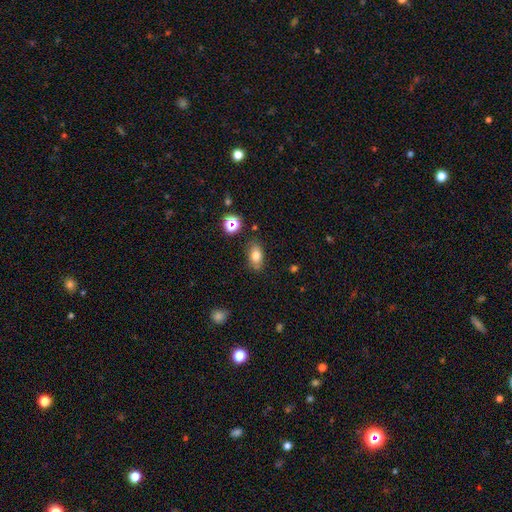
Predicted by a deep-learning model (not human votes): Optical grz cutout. It shows a smooth galaxy with no disk features (77%) that is in between round and cigar-shaped (85%). Merging: none (81%).